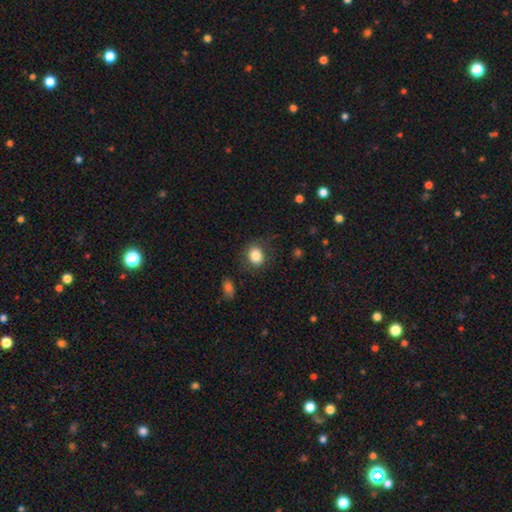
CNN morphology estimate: smooth-or-featured: smooth: 84% | star or artifact: 9% | featured or disk: 7%
  how-rounded: round: 58% | in between: 41% | cigar-shaped: 1%
  merging: none: 80% | minor disturbance: 13% | major disturbance: 5% | merger: 2%